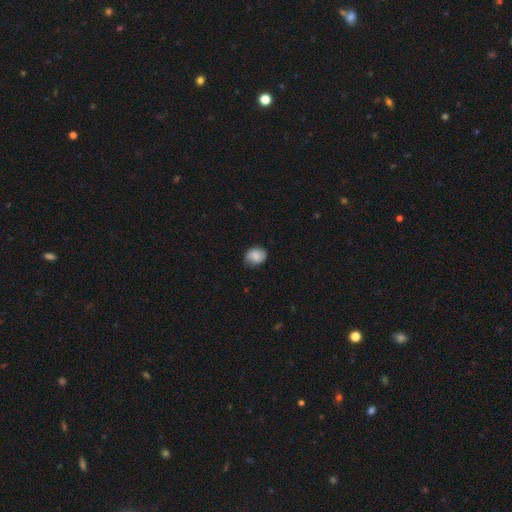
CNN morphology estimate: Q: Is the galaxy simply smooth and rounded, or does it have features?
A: smooth — 73%.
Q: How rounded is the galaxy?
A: round — 51%.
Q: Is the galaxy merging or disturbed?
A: none — 76%.